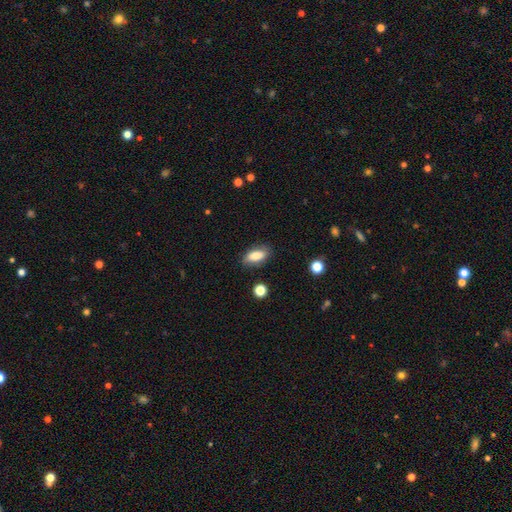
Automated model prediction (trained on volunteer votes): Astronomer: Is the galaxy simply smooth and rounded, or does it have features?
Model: smooth — 80%.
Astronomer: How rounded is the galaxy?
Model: in between — 84%.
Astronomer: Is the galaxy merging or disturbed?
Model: none — 83%.